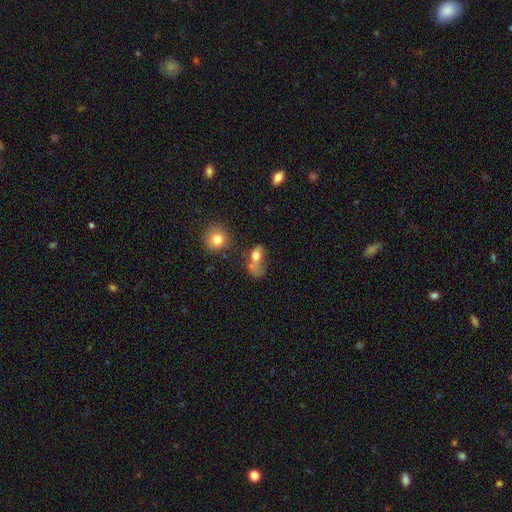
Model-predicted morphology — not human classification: Smooth or featured: smooth — 69% (featured or disk — 19%)
How rounded: in between — 60% (round — 37%)
Merging: merger — 37% (major disturbance — 26%)